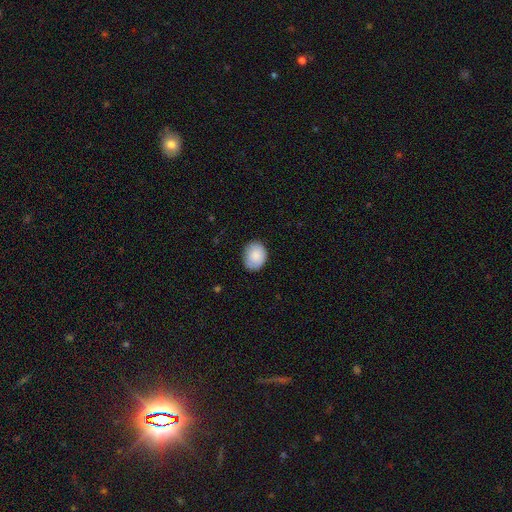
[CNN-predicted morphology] The model was most divided on "how rounded": round: 52%, in between: 47%, cigar-shaped: 1%. More confident: smooth or featured — smooth (87%); merging — none (81%).